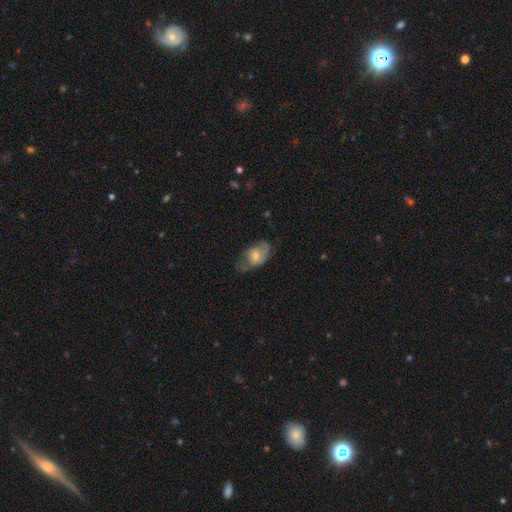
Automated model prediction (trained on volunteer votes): A featured or disk galaxy (51%).

Vote fractions:
- Smooth or featured? featured or disk: 51% / smooth: 40% / star or artifact: 9%
- Edge-on disk? no: 94% / yes: 6%
- Merging? none: 49% / minor disturbance: 30% / major disturbance: 19% / merger: 2%